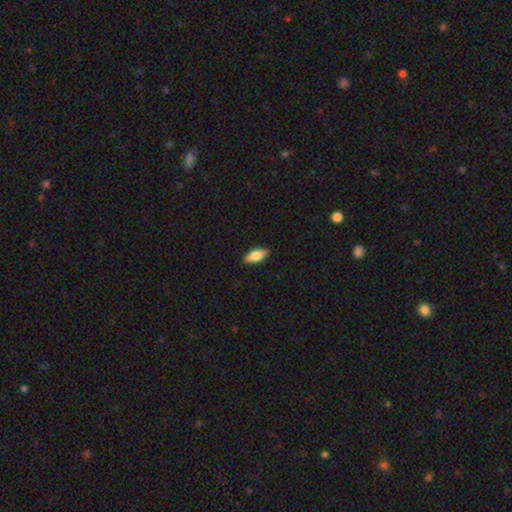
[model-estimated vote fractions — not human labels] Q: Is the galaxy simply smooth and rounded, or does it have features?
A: smooth — 68%.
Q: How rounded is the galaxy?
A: in between — 79%.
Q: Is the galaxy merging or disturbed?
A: none — 89%.